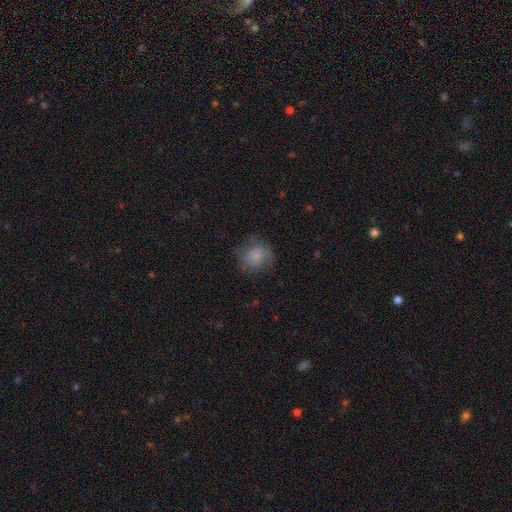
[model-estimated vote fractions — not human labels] This is likely a smooth galaxy (75%). How rounded: clearly round (82%). Merging: likely none (64%).